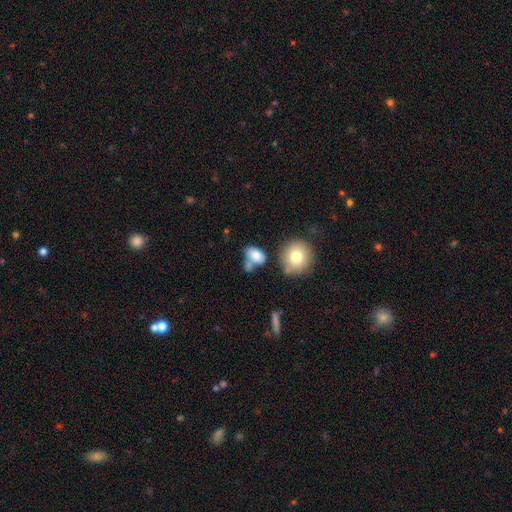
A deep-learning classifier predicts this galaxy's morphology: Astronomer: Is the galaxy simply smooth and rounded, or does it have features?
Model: smooth — 81%.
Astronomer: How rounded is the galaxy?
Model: in between — 81%.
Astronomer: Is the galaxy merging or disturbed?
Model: none — 49% (runner-up: merger, 25%).